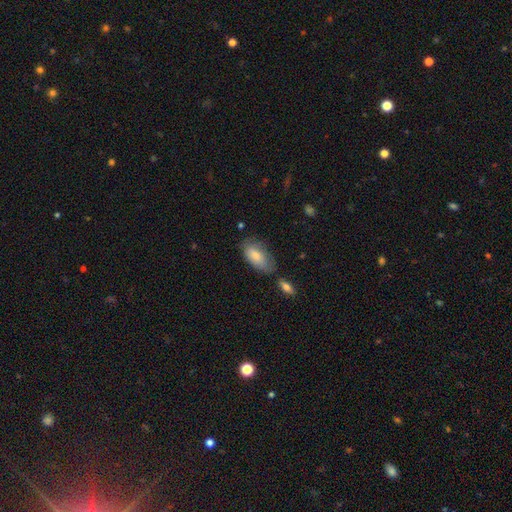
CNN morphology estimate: smooth 79%, featured or disk 14%, star or artifact 6%. Down the decision tree: how rounded — in between (92%); merging — none (56%).